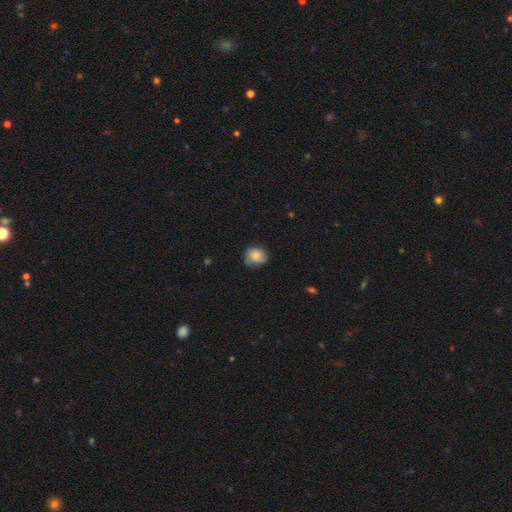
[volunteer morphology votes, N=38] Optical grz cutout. It shows a smooth galaxy with no disk features (87%) that is in between round and cigar-shaped (67%). Merging: none (59%).